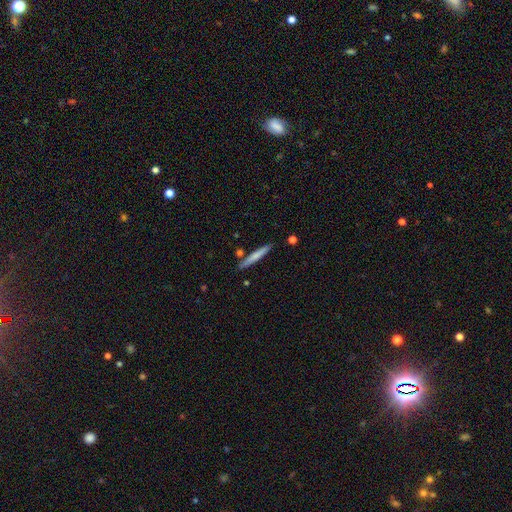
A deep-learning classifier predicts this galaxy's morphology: Smooth or featured? Predicted: smooth (p=0.65). How rounded? Predicted: cigar-shaped (p=0.95). Merging? Predicted: none (p=0.84).